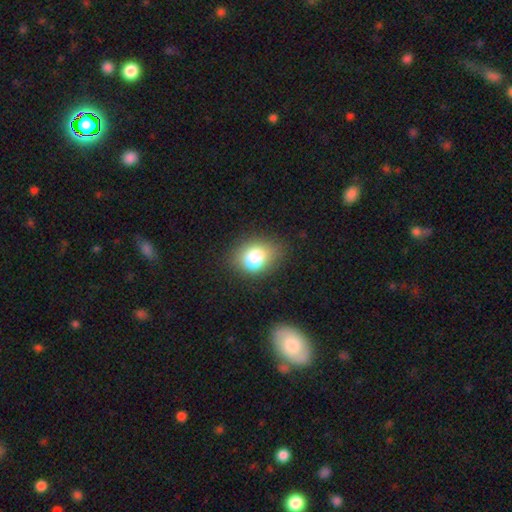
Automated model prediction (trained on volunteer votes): A smooth galaxy with no disk features (77%) that is in between round and cigar-shaped (65%). Merging: none (71%).